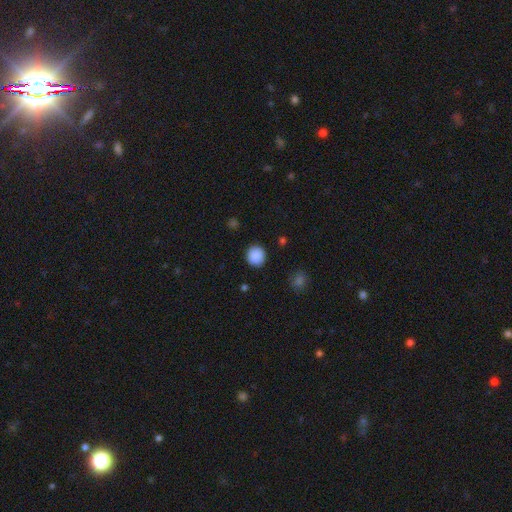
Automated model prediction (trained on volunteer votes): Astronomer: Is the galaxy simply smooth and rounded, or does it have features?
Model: smooth — 89%.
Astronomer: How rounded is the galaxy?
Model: round — 92%.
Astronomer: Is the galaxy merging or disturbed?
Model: none — 90%.